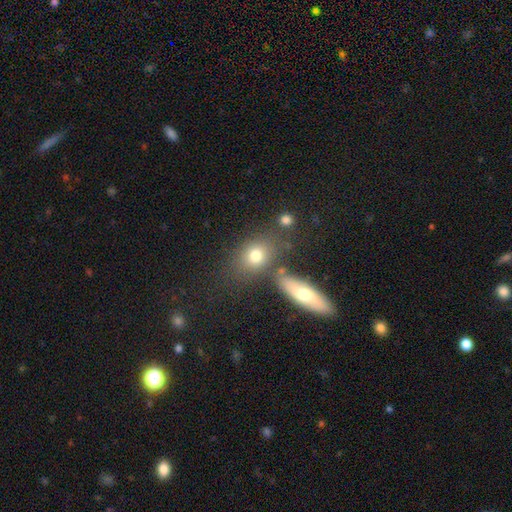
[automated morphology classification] smooth 76%, star or artifact 12%, featured or disk 12%. Down the decision tree: how rounded — in between (55%); merging — none (66%).